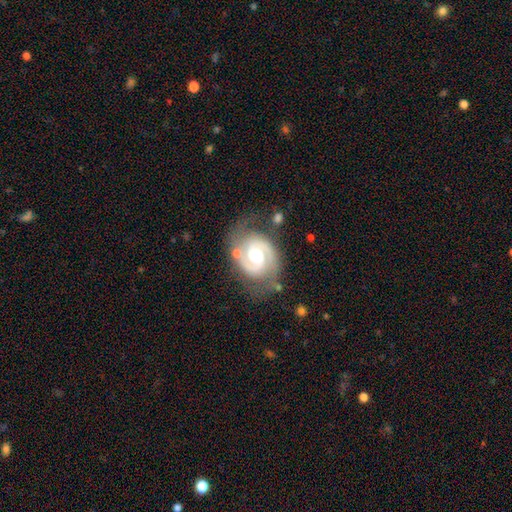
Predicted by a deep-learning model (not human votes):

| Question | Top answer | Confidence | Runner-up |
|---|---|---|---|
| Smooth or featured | featured or disk | 91% | smooth (5%) |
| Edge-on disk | no | 98% | yes (2%) |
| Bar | weak | 43% | no (42%) |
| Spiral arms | yes | 98% | no (2%) |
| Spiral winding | tight | 47% | medium (46%) |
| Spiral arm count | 2 | 92% | can't tell (3%) |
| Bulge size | moderate | 66% | large (18%) |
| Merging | none | 67% | minor disturbance (21%) |